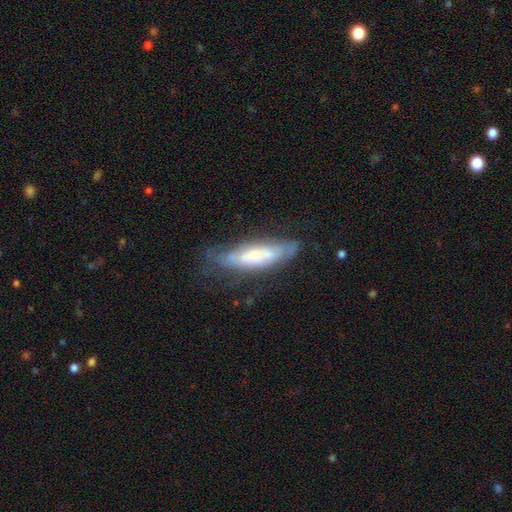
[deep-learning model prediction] Smooth or featured?
  - featured or disk: 55% *
  - smooth: 37%
  - star or artifact: 8%
Edge-on disk?
  - no: 60% *
  - yes: 40%
Merging?
  - none: 54% *
  - minor disturbance: 27%
  - major disturbance: 15%
  - merger: 4%